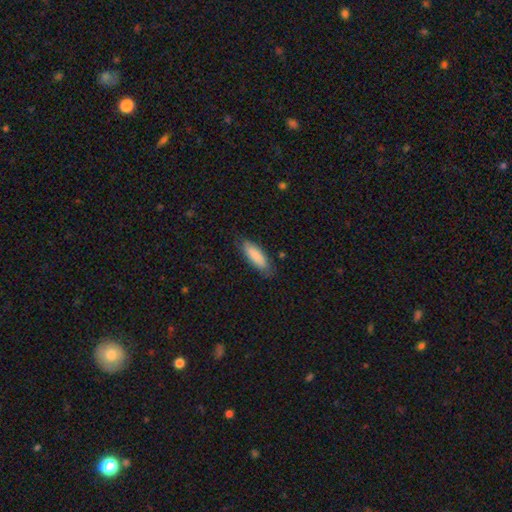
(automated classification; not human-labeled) smooth-or-featured: smooth: 85% | featured or disk: 9% | star or artifact: 6%
  how-rounded: in between: 58% | cigar-shaped: 40% | round: 2%
  merging: none: 78% | minor disturbance: 17% | major disturbance: 4% | merger: 1%